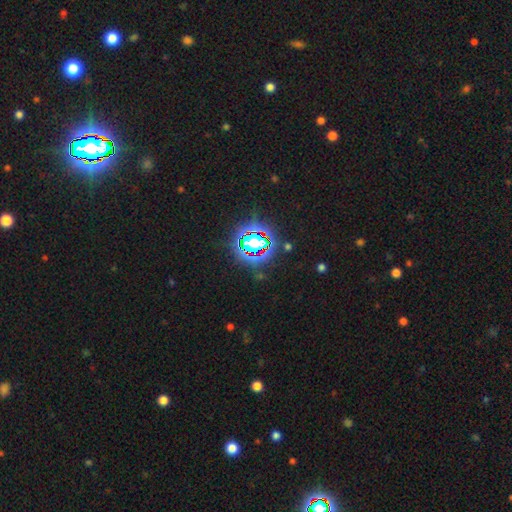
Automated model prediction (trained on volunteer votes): Smooth or featured: star or artifact — 84% (smooth — 9%)